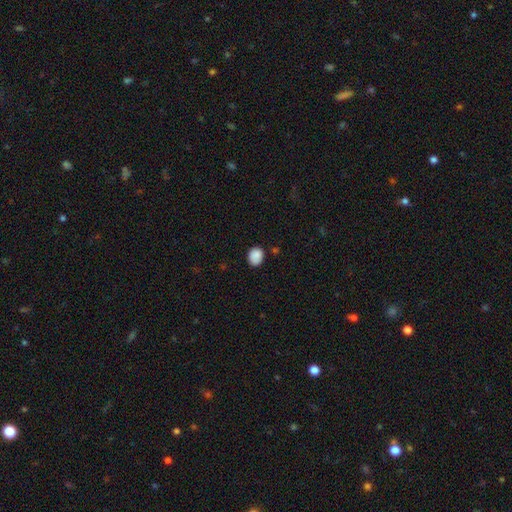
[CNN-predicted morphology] A smooth galaxy with no disk features (87%) that is round (55%). Merging: none (75%).